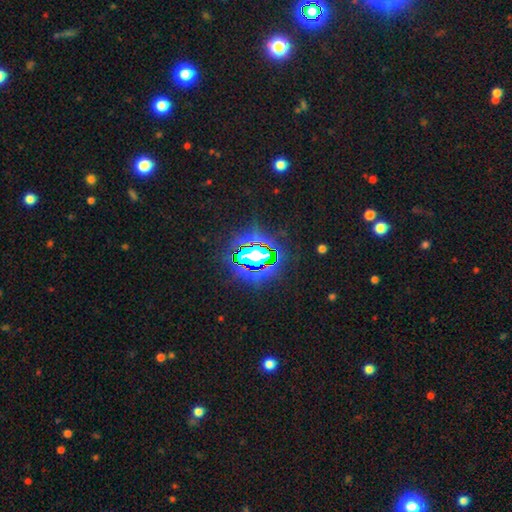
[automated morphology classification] Q: Smooth or featured?
A: star or artifact (74%); runner-up: smooth (14%)